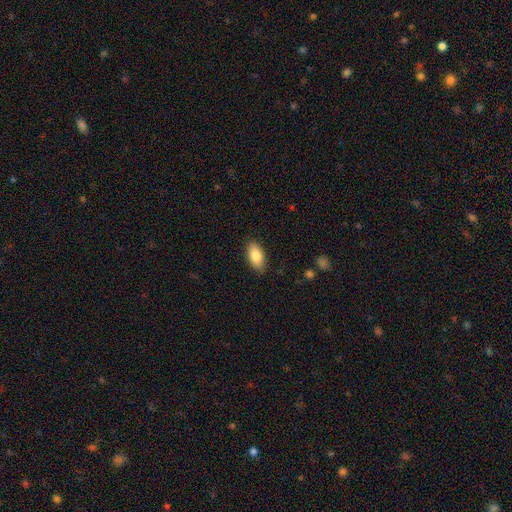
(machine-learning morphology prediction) A smooth galaxy with no disk features (85%) that is in between round and cigar-shaped (92%).

Vote fractions:
- Smooth or featured? smooth: 85% / featured or disk: 8% / star or artifact: 7%
- How rounded? in between: 92% / cigar-shaped: 5% / round: 3%
- Merging? none: 87% / minor disturbance: 10% / major disturbance: 2% / merger: 1%